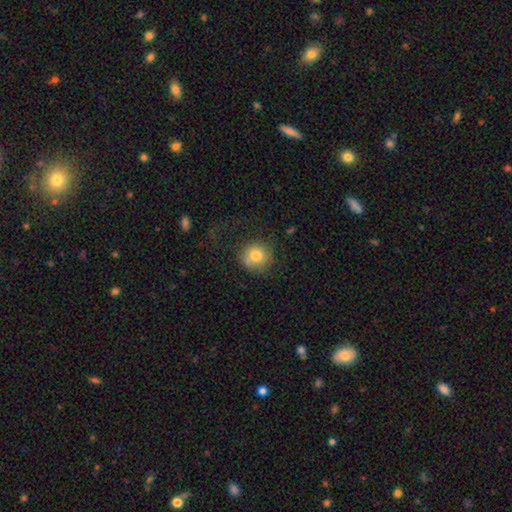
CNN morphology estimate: smooth_or_featured: smooth (p=0.76) [alt: featured or disk p=0.14]
how_rounded: round (p=0.87) [alt: in between p=0.12]
merging: none (p=0.61) [alt: minor disturbance p=0.21]